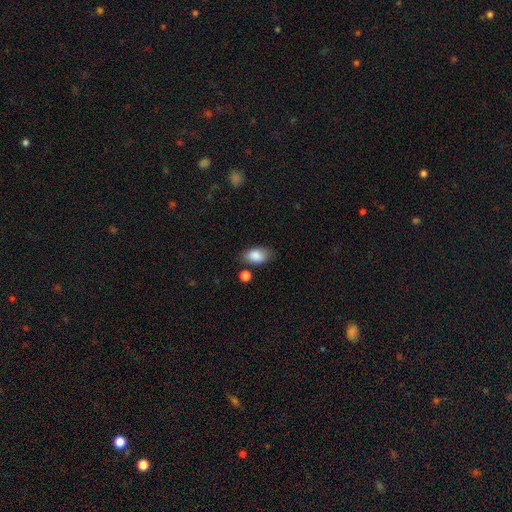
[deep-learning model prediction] Q: Smooth or featured?
A: smooth (87%); runner-up: star or artifact (7%)
Q: How rounded?
A: in between (91%); runner-up: round (8%)
Q: Merging?
A: none (76%); runner-up: minor disturbance (15%)